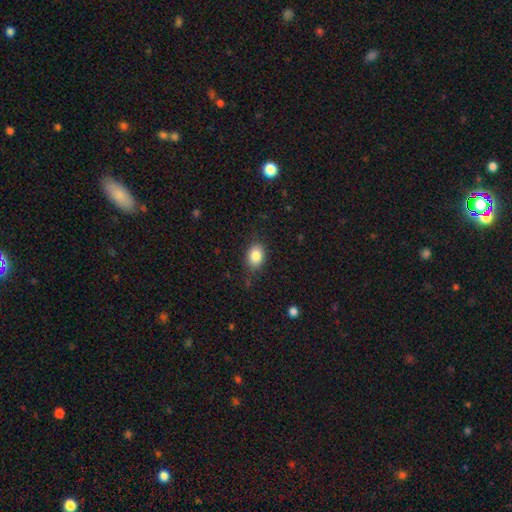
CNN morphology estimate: The model was most divided on "how rounded": in between: 75%, round: 24%, cigar-shaped: 1%. More confident: smooth or featured — smooth (86%); merging — none (80%).